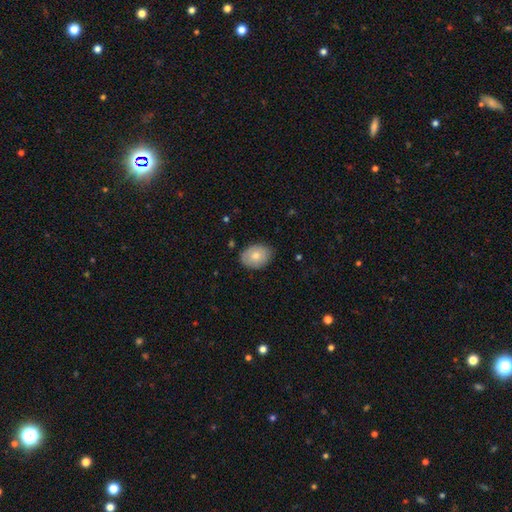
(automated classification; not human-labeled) Morphology: type=smooth (76%); roundness=in between (67%); merging=none (80%).